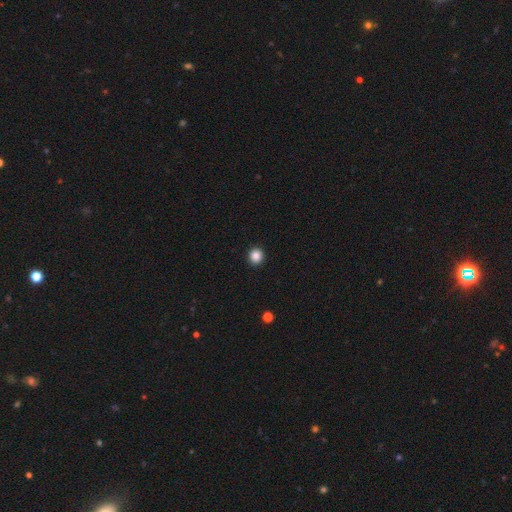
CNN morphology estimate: Q: Smooth or featured?
A: smooth (85%); runner-up: star or artifact (10%)
Q: How rounded?
A: round (93%); runner-up: in between (6%)
Q: Merging?
A: none (94%); runner-up: minor disturbance (4%)